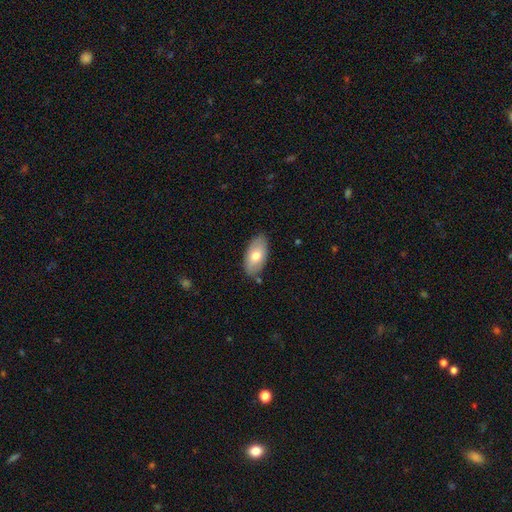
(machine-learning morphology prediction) smooth 73%, featured or disk 21%, star or artifact 6%. Down the decision tree: how rounded — in between (94%); merging — none (82%).